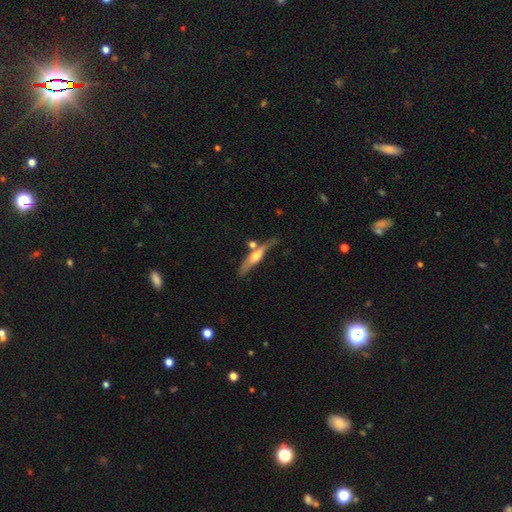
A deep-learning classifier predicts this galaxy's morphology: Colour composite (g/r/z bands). It shows a featured or disk galaxy (57%) viewed edge-on (92%) with a rounded central bulge (88%). Merging: none (58%).